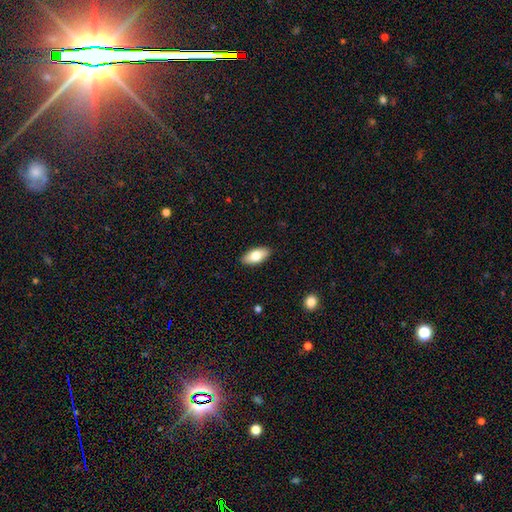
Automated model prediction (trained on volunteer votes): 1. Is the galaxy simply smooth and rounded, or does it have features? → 76% smooth, 17% featured or disk, 6% star or artifact.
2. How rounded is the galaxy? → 89% in between, 8% cigar-shaped, 3% round.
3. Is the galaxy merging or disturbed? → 89% none, 8% minor disturbance, 2% major disturbance, 1% merger.